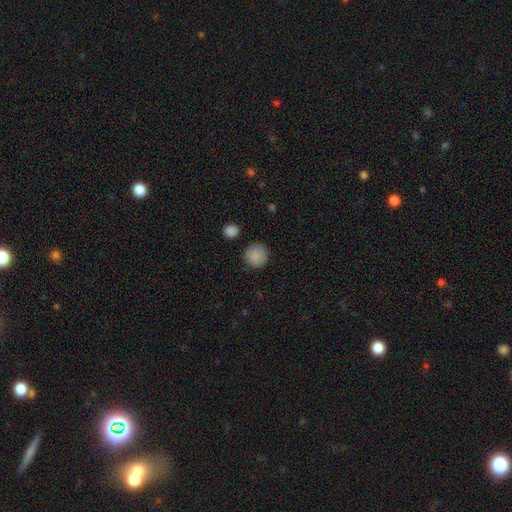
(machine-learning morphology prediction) A smooth galaxy with no disk features (88%) that is round (94%).

Vote fractions:
- Smooth or featured? smooth: 88% / star or artifact: 8% / featured or disk: 4%
- How rounded? round: 94% / in between: 5% / cigar-shaped: 1%
- Merging? none: 88% / minor disturbance: 8% / major disturbance: 2% / merger: 2%